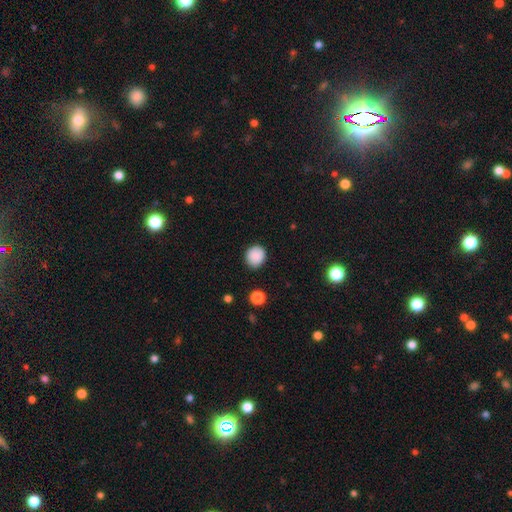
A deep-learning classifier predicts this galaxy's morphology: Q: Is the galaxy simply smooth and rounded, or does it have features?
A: smooth — 88%.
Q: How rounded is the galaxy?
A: round — 81%.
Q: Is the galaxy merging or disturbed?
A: none — 87%.